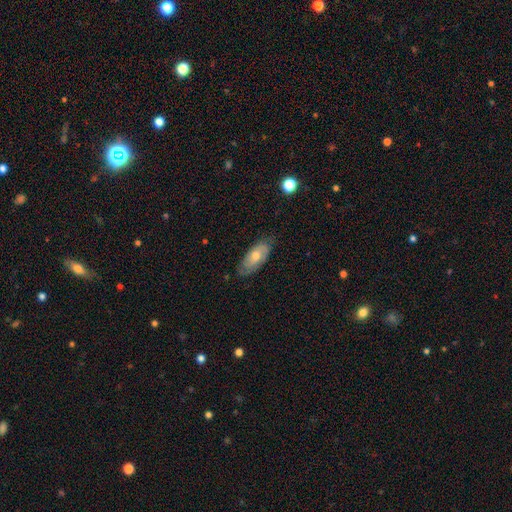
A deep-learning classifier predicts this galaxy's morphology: smooth_or_featured: featured or disk (p=0.54) [alt: smooth p=0.39]
disk_edge_on: no (p=0.84) [alt: yes p=0.16]
merging: none (p=0.75) [alt: minor disturbance p=0.20]